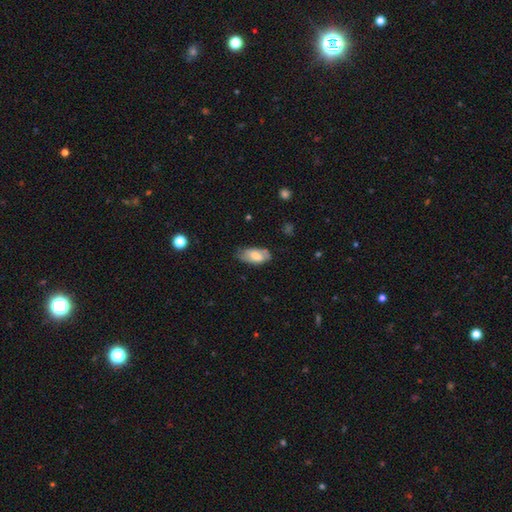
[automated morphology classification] smooth 68%, featured or disk 25%, star or artifact 7%. Down the decision tree: how rounded — in between (92%); merging — none (62%).